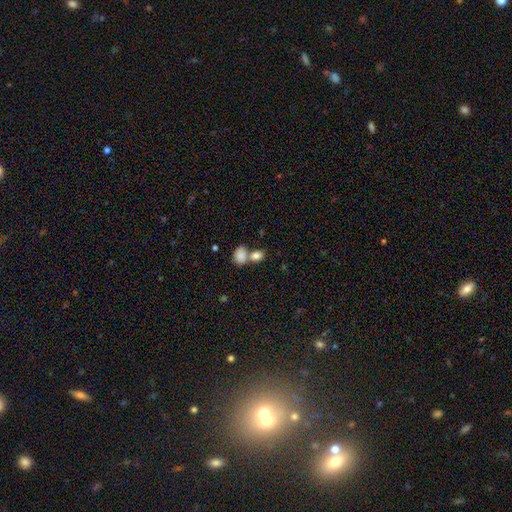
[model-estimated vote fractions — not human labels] A smooth galaxy with no disk features (84%) that is in between round and cigar-shaped (74%). Merging: merger (54%).